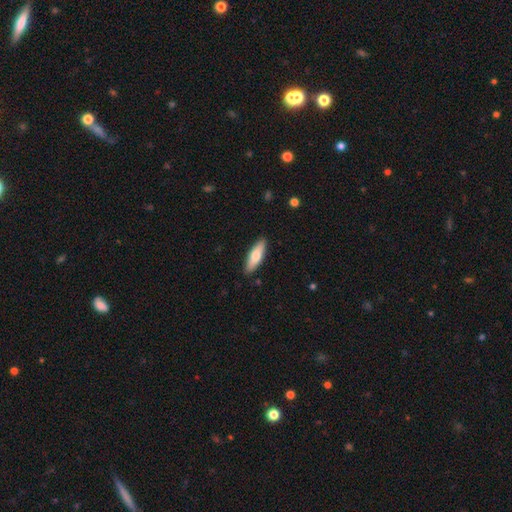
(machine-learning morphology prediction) Smooth or featured? Predicted: smooth (p=0.72). How rounded? Predicted: cigar-shaped (p=0.50). Merging? Predicted: none (p=0.89).